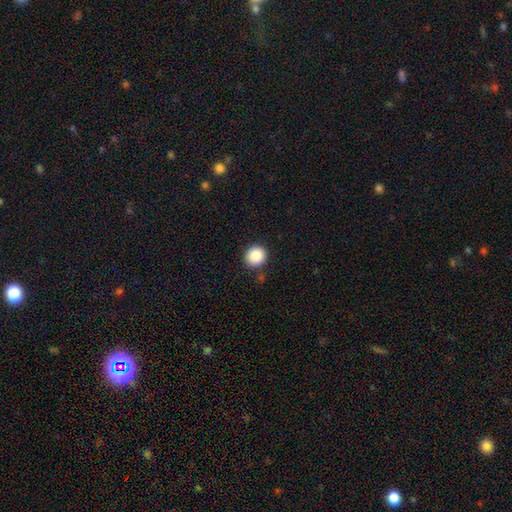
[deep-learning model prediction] Q: Smooth or featured?
A: smooth (88%); runner-up: star or artifact (9%)
Q: How rounded?
A: round (92%); runner-up: in between (7%)
Q: Merging?
A: none (88%); runner-up: minor disturbance (7%)